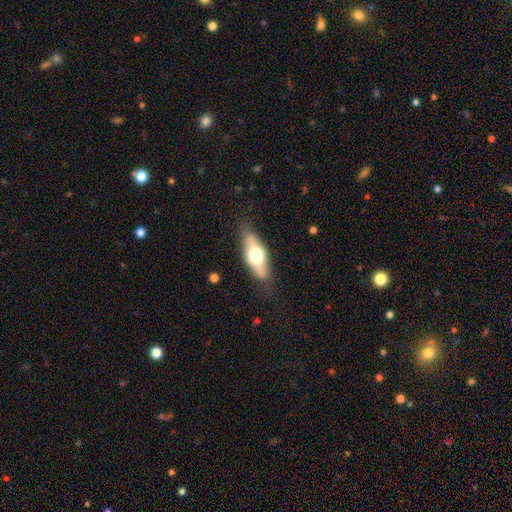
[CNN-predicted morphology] Q: Smooth or featured?
A: smooth (53%); runner-up: featured or disk (41%)
Q: How rounded?
A: in between (67%); runner-up: cigar-shaped (29%)
Q: Merging?
A: none (77%); runner-up: minor disturbance (17%)